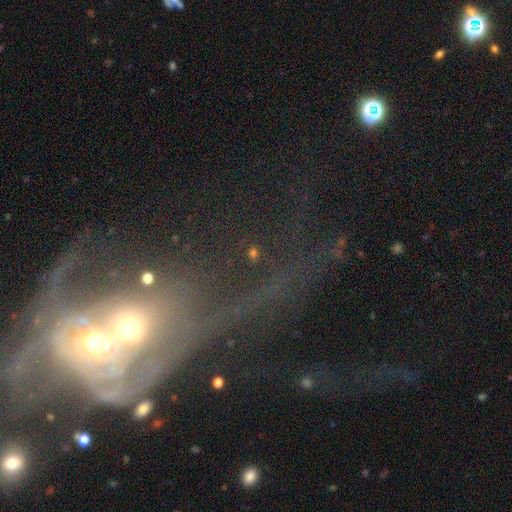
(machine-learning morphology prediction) A featured or disk galaxy (53%). Merging: merger (44%).